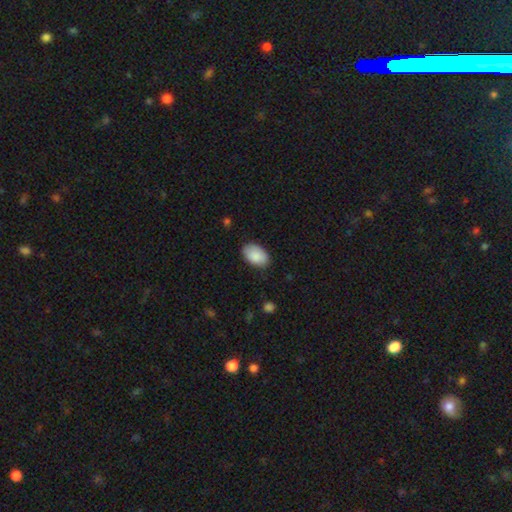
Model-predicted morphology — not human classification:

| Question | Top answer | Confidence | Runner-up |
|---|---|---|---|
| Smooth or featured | smooth | 89% | star or artifact (6%) |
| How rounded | in between | 93% | round (6%) |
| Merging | none | 83% | minor disturbance (14%) |